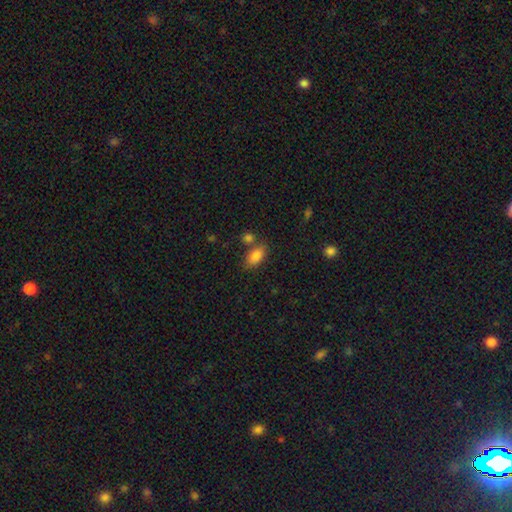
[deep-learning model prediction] The model was most divided on "merging": none: 66%, merger: 16%, minor disturbance: 14%, major disturbance: 4%. More confident: how rounded — in between (89%); smooth or featured — smooth (84%).